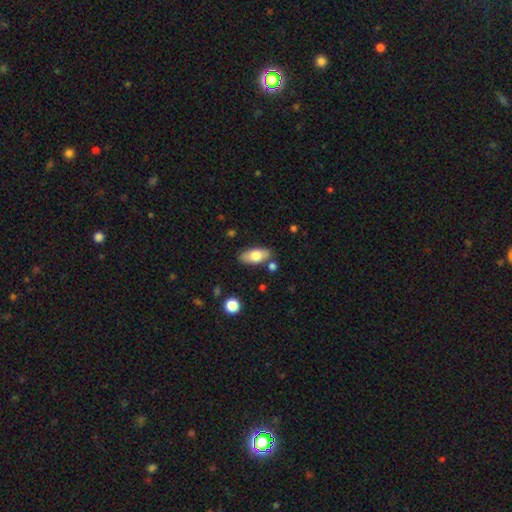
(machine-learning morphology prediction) smooth-or-featured: smooth: 72% | featured or disk: 22% | star or artifact: 7%
  how-rounded: in between: 88% | cigar-shaped: 9% | round: 3%
  merging: none: 80% | minor disturbance: 13% | merger: 5% | major disturbance: 3%